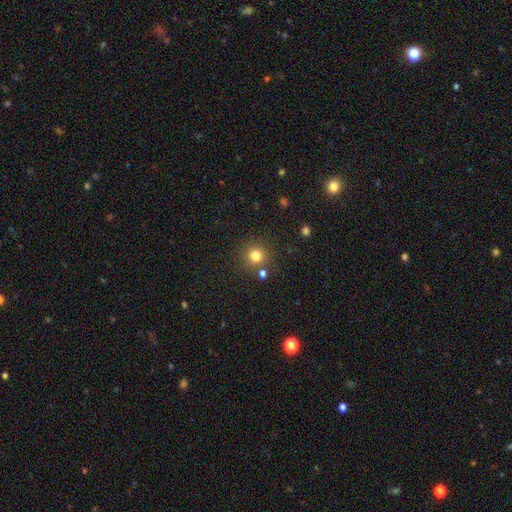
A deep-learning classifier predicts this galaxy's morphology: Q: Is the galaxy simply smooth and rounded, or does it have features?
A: smooth — 80%.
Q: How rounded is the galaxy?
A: round — 93%.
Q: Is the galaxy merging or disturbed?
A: none — 81%.